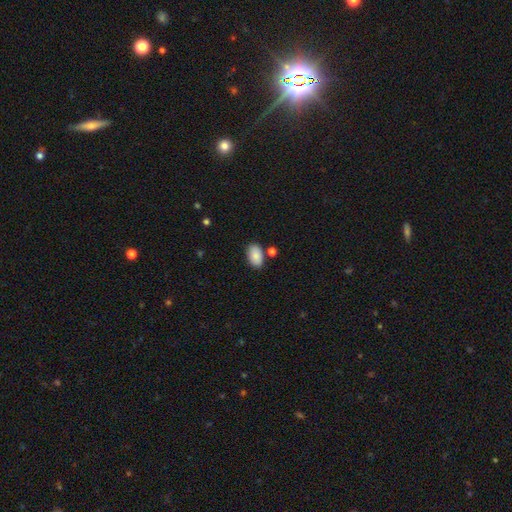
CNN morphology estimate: Smooth or featured? Predicted: smooth (p=0.88). How rounded? Predicted: in between (p=0.93). Merging? Predicted: none (p=0.79).